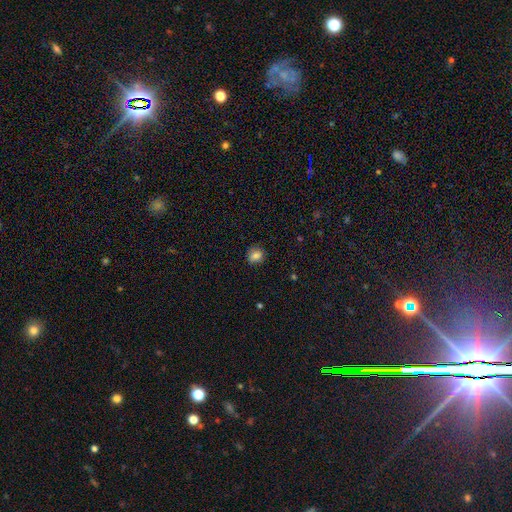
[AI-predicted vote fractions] This is clearly a smooth galaxy (81%). How rounded: likely round (77%). Merging: clearly none (83%).